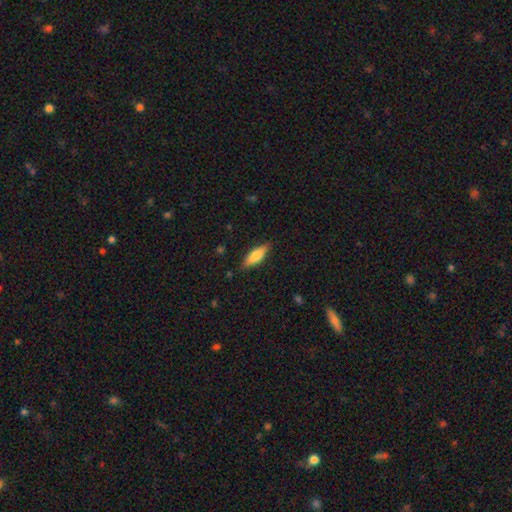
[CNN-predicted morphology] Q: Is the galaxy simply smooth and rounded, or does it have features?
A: smooth — 73%.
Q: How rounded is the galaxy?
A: in between — 54%.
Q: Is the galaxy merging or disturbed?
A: none — 86%.